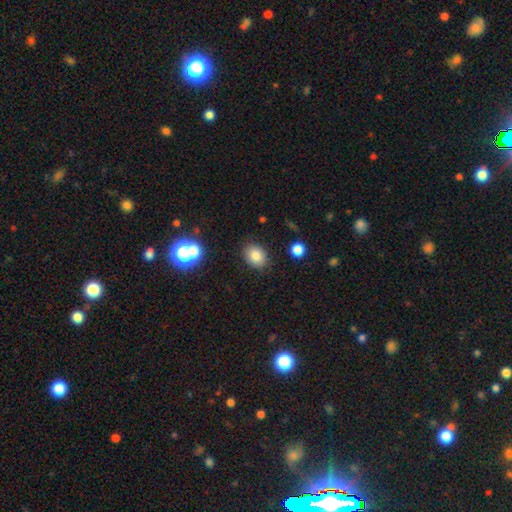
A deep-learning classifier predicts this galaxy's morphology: This appears to be a smooth galaxy with no disk features (82%) that is in between round and cigar-shaped (57%). Merging: none (85%).